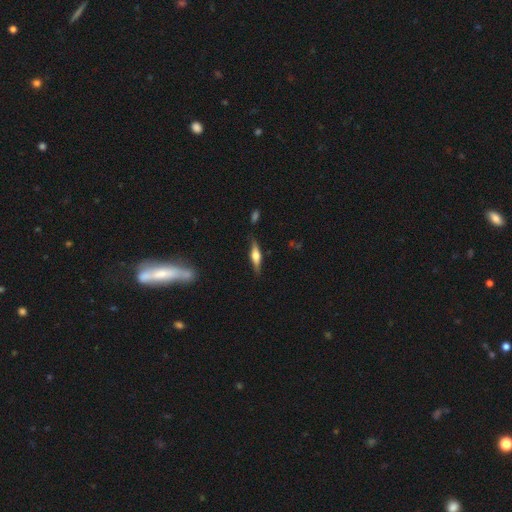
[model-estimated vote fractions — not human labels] Smooth or featured? featured or disk (61%)
Edge-on disk? yes (94%)
Edge-on bulge? rounded (88%)
Merging? none (82%)